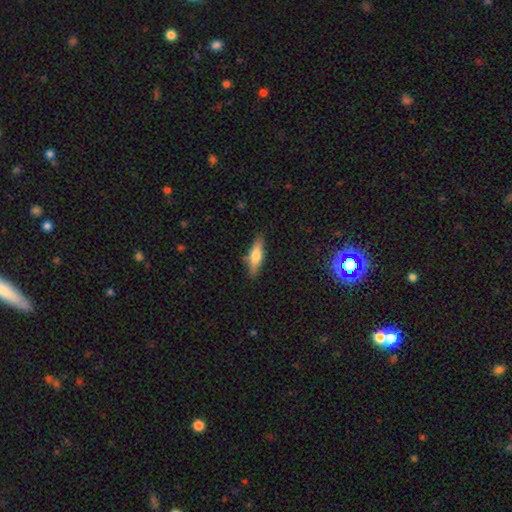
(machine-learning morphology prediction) smooth_or_featured: smooth (p=0.67) [alt: featured or disk p=0.26]
how_rounded: cigar-shaped (p=0.56) [alt: in between p=0.42]
merging: none (p=0.82) [alt: minor disturbance p=0.14]